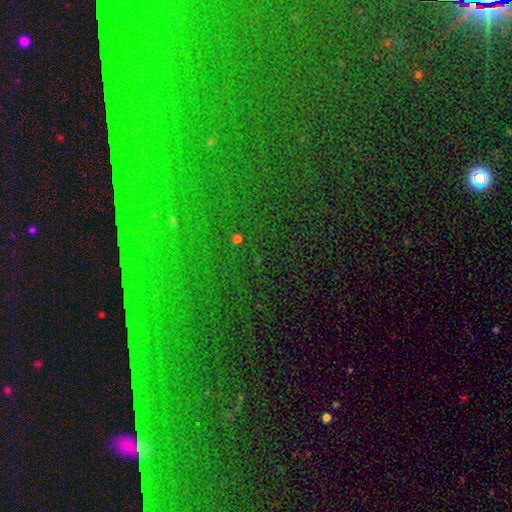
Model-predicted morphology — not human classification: Q: Smooth or featured?
A: star or artifact (81%); runner-up: smooth (10%)